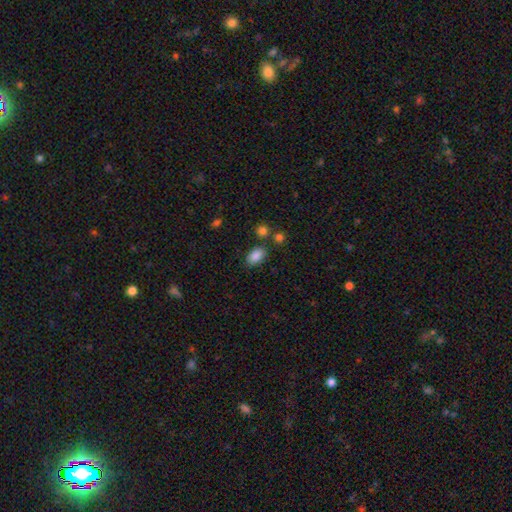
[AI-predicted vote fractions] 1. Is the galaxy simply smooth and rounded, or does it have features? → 87% smooth, 9% star or artifact, 5% featured or disk.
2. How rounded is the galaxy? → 91% in between, 7% round, 2% cigar-shaped.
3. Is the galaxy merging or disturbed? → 76% none, 13% minor disturbance, 7% merger, 4% major disturbance.